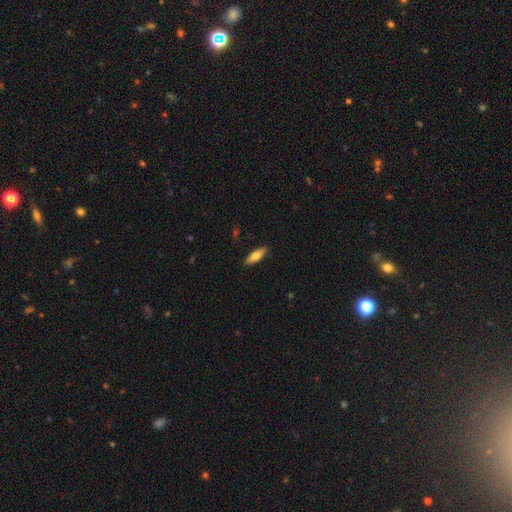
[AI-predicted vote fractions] Smooth or featured?
  - smooth: 71% *
  - featured or disk: 23%
  - star or artifact: 6%
How rounded?
  - in between: 59% *
  - cigar-shaped: 39%
  - round: 2%
Merging?
  - none: 89% *
  - minor disturbance: 8%
  - major disturbance: 2%
  - merger: 1%